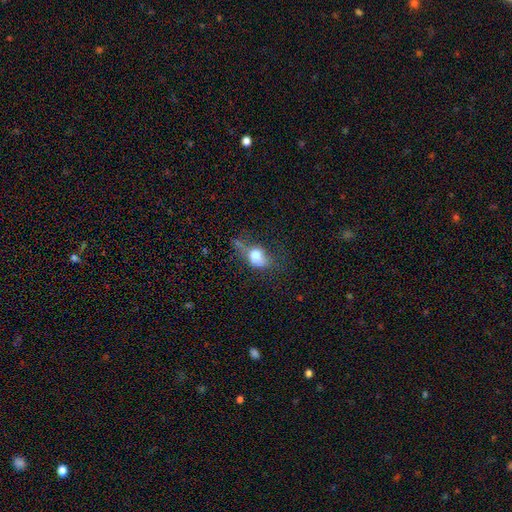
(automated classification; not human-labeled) The model was most divided on "merging" (2-way tie): none: 31%, major disturbance: 31%, minor disturbance: 30%, merger: 8%. More confident: smooth or featured — smooth (70%); how rounded — in between (65%).